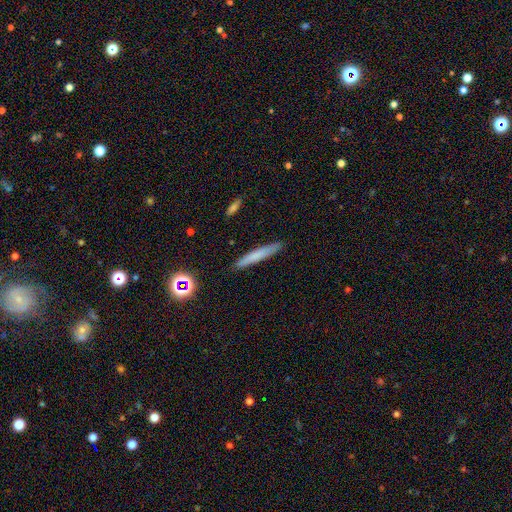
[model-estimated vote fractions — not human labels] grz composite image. It shows a smooth galaxy with no disk features (70%) that is cigar-shaped (95%). Merging: none (89%).